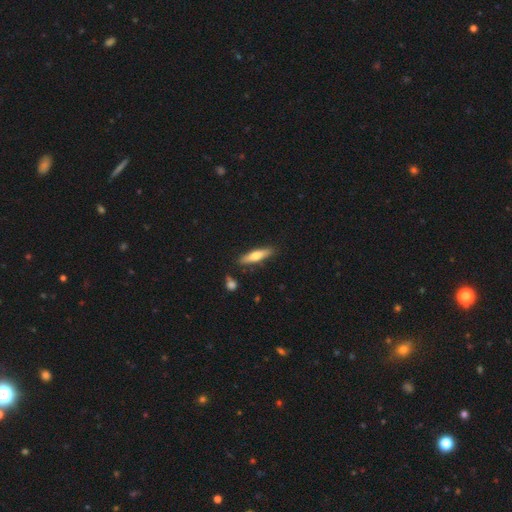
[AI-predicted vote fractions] This appears to be a smooth galaxy with no disk features (58%) that is cigar-shaped (77%). Merging: none (84%).